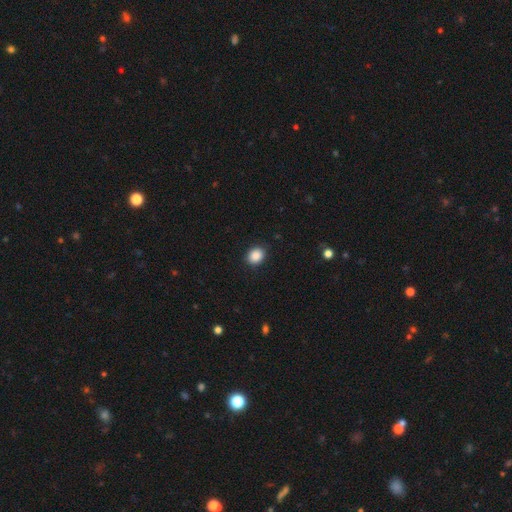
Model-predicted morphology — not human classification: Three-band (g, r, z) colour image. It shows a smooth galaxy with no disk features (88%) that is round (53%). Merging: none (89%).